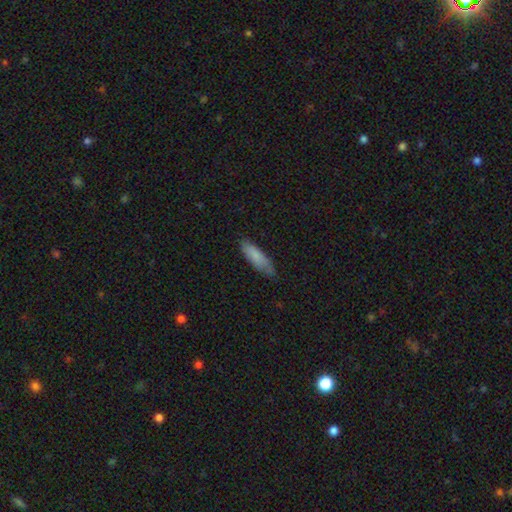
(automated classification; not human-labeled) smooth 80%, featured or disk 14%, star or artifact 6%. Down the decision tree: how rounded — cigar-shaped (52%); merging — none (75%).